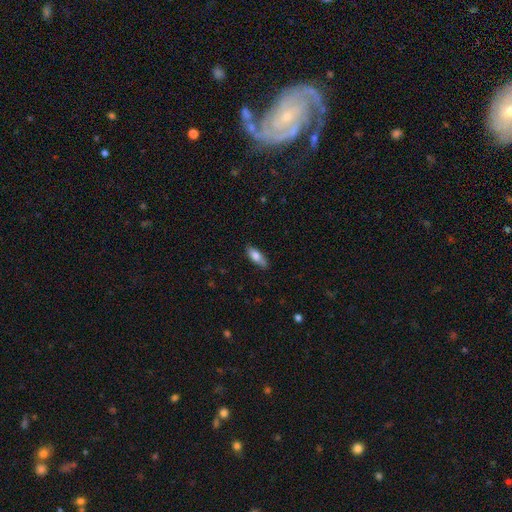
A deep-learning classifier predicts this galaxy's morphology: The model was most divided on "how rounded": in between: 61%, cigar-shaped: 36%, round: 2%. More confident: merging — none (78%); smooth or featured — smooth (76%).